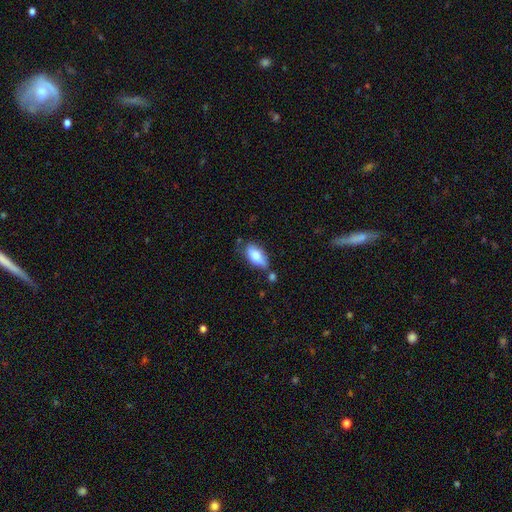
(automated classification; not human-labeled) Smooth or featured? Predicted: smooth (p=0.77). How rounded? Predicted: in between (p=0.90). Merging? Predicted: none (p=0.51).